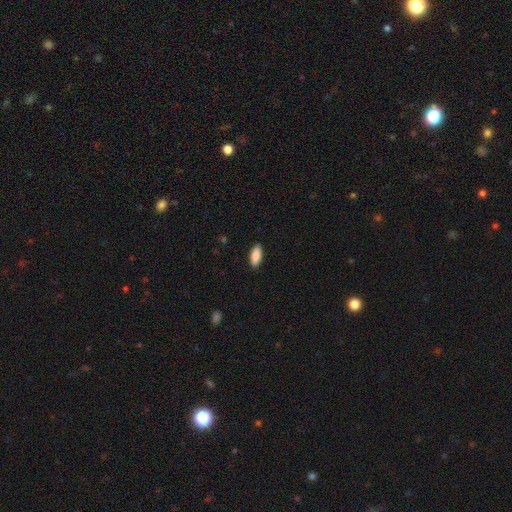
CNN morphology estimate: Overall: smooth (86%). How rounded: in between (76%). Merging: none (90%).